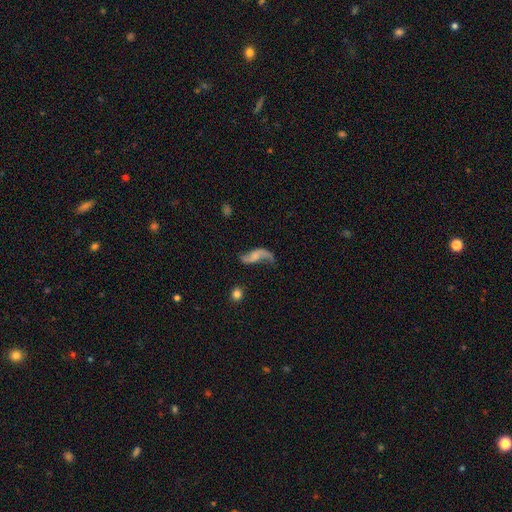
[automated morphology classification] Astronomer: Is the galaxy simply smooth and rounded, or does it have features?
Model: featured or disk — 77%.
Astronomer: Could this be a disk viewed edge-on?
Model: no — 95%.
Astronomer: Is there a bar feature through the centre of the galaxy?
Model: no — 56% (runner-up: weak, 33%).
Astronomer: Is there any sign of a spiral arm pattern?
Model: yes — 92%.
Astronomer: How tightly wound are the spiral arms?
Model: loose — 90%.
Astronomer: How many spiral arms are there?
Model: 2 — 88%.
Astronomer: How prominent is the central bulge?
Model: none — 44% (runner-up: small, 36%).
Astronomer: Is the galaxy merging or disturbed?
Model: none — 52%.